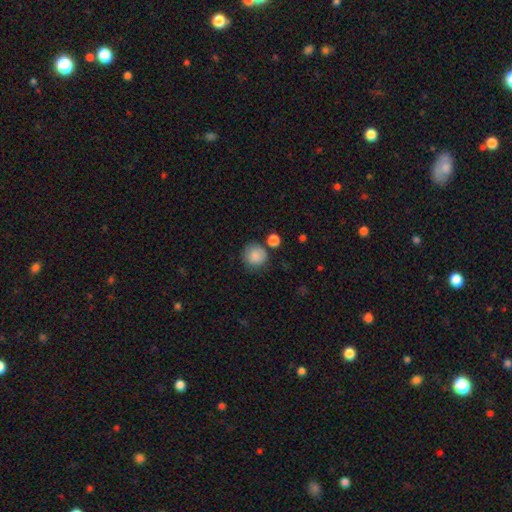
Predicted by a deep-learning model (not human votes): Smooth or featured? smooth (86%)
How rounded? round (91%)
Merging? none (75%)